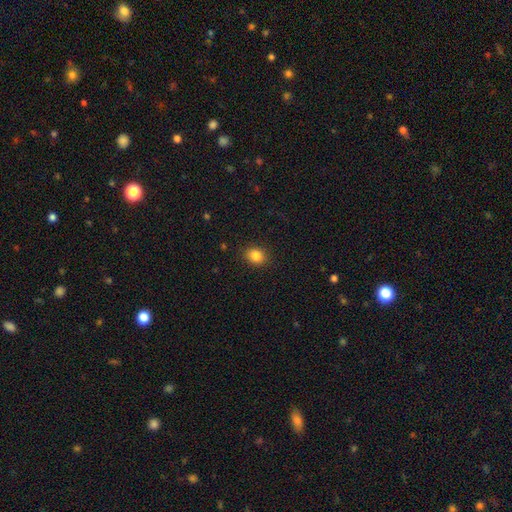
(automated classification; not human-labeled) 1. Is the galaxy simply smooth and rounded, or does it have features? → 85% smooth, 10% star or artifact, 5% featured or disk.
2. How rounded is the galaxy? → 50% round, 49% in between, 1% cigar-shaped.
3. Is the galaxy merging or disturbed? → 88% none, 9% minor disturbance, 2% major disturbance, 1% merger.